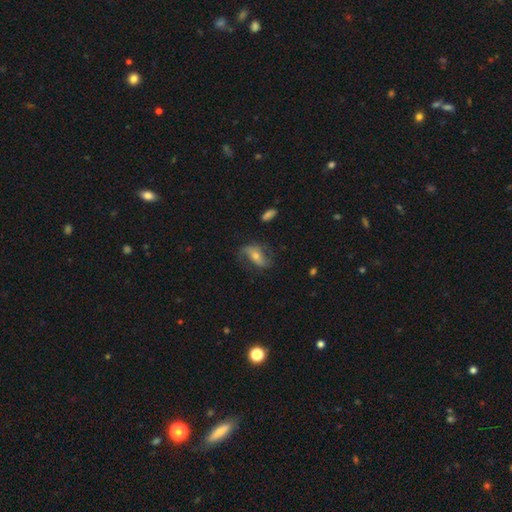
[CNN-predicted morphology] featured or disk 65%, smooth 26%, star or artifact 9%. Down the decision tree: edge-on disk — no (92%); bar — no (43%); spiral arms — yes (85%); spiral arm count — 2 (81%); spiral winding — loose (55%); bulge size — small (49%); merging — none (64%).